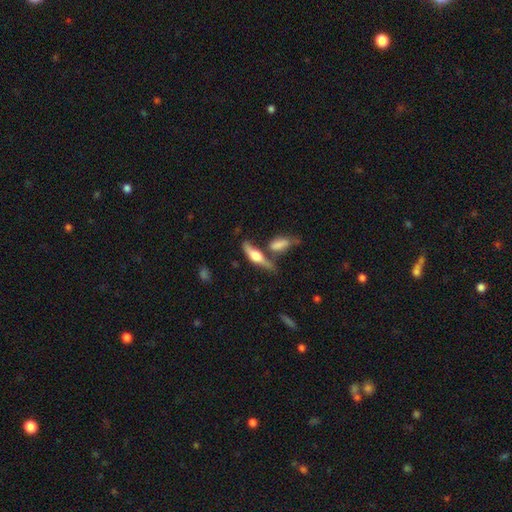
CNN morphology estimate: type=featured or disk (53%); edge-on=yes (89%); merging=none (55%).